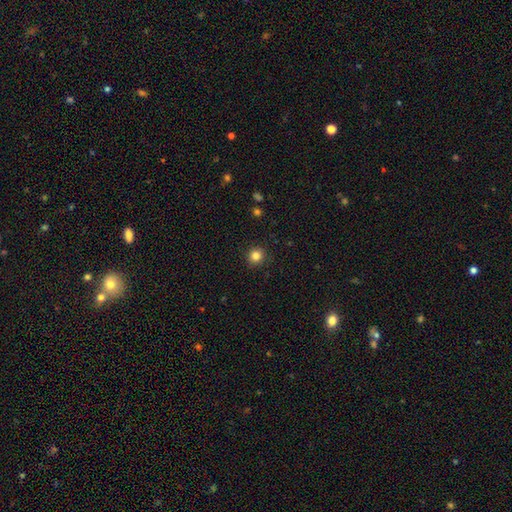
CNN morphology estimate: Smooth or featured: smooth — 83% (star or artifact — 12%)
How rounded: round — 93% (in between — 6%)
Merging: none — 91% (minor disturbance — 6%)